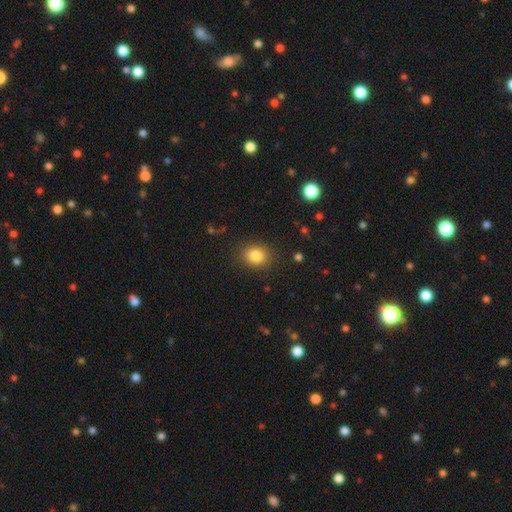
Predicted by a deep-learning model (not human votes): smooth 84%, star or artifact 11%, featured or disk 5%. Down the decision tree: how rounded — round (64%); merging — none (86%).